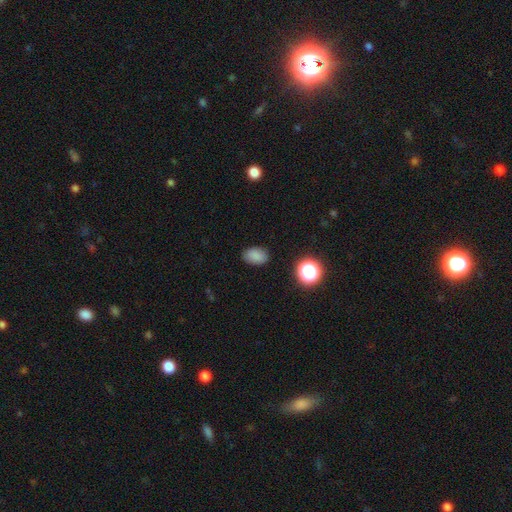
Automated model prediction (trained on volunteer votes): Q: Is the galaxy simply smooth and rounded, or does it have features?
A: smooth — 83%.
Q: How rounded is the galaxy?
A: in between — 83%.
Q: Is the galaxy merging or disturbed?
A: none — 85%.